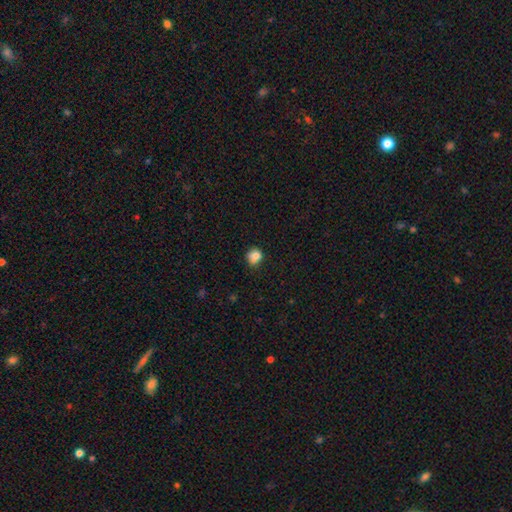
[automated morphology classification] This is likely a smooth galaxy (76%). How rounded: likely round (73%). Merging: possibly none (48%).